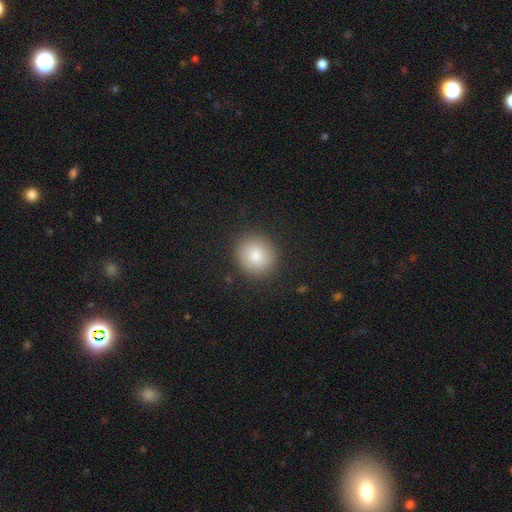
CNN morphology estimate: Overall: smooth (84%). How rounded: round (87%). Merging: none (88%).